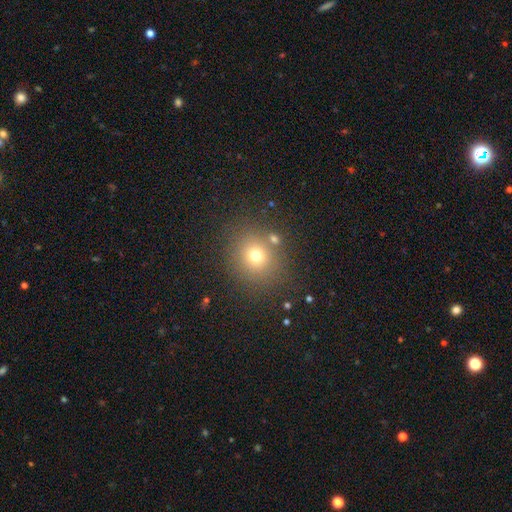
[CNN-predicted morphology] A smooth galaxy with no disk features (70%) that is round (82%).

Vote fractions:
- Smooth or featured? smooth: 70% / star or artifact: 19% / featured or disk: 11%
- How rounded? round: 82% / in between: 17% / cigar-shaped: 1%
- Merging? none: 80% / minor disturbance: 9% / merger: 7% / major disturbance: 4%